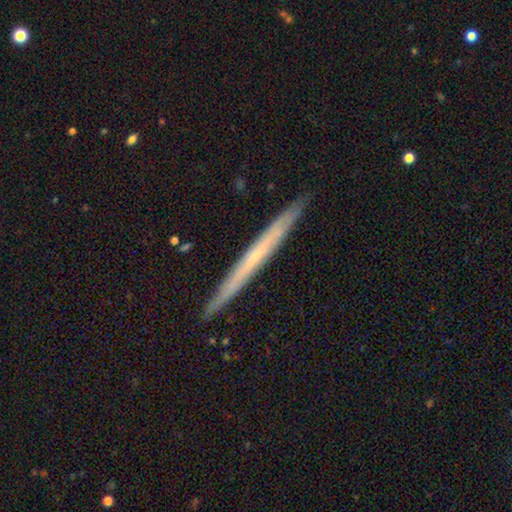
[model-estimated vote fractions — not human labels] A featured or disk galaxy (59%) viewed edge-on (97%) with no central bulge (83%).

Vote fractions:
- Smooth or featured? featured or disk: 59% / smooth: 34% / star or artifact: 7%
- Edge-on disk? yes: 97% / no: 3%
- Edge-on bulge? none: 83% / rounded: 14% / boxy: 3%
- Merging? none: 92% / minor disturbance: 6% / major disturbance: 1% / merger: 1%